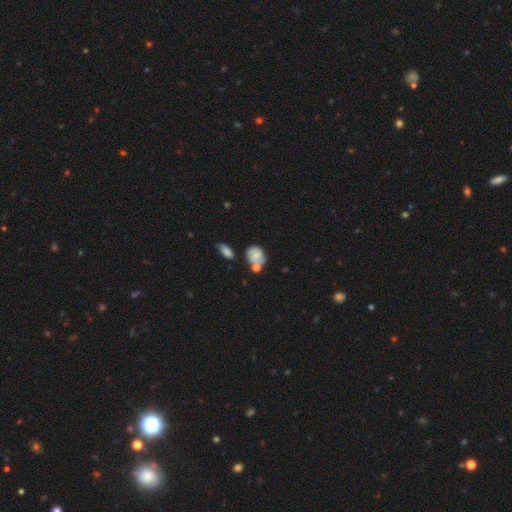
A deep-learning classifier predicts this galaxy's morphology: Q: Smooth or featured?
A: smooth (70%); runner-up: featured or disk (21%)
Q: How rounded?
A: in between (50%); runner-up: round (49%)
Q: Merging?
A: none (45%); runner-up: merger (27%)